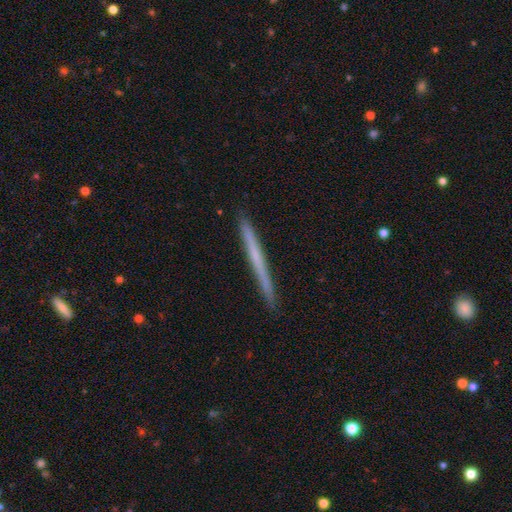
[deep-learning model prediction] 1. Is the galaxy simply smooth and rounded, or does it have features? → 47% smooth (tied), 47% featured or disk (tied), 6% star or artifact.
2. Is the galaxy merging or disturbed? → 92% none, 6% minor disturbance, 1% major disturbance, 1% merger.